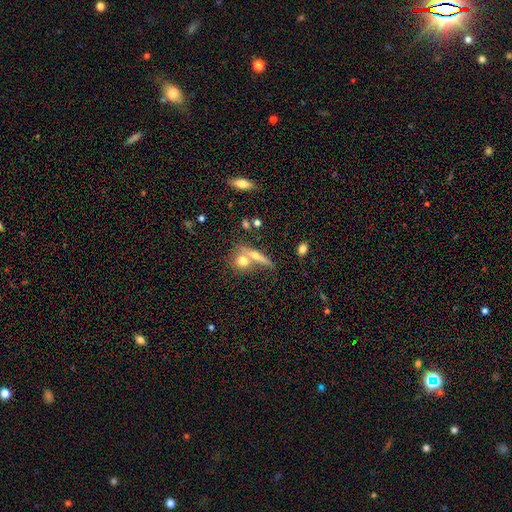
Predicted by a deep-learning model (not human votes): Smooth or featured? featured or disk (45%)
Merging? none (55%)